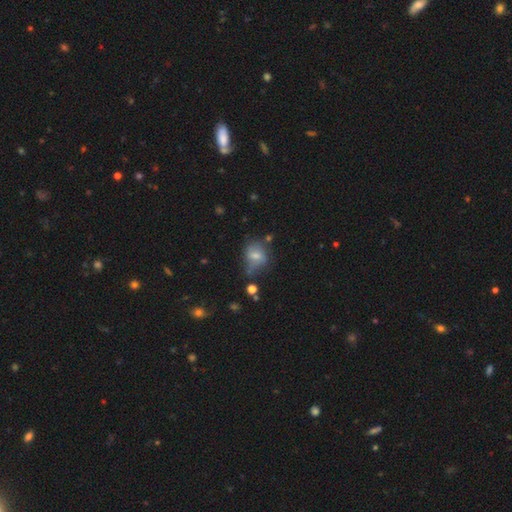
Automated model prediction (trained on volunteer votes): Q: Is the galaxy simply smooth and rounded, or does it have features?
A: smooth — 61%.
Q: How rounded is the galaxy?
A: round — 52%.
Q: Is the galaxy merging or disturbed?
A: none — 44%.